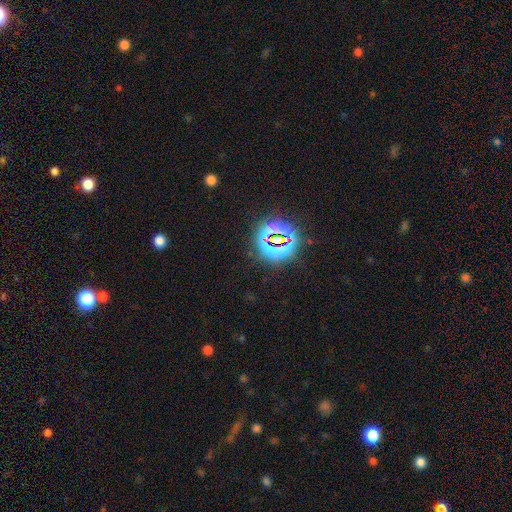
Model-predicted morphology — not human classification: Smooth or featured? star or artifact (82%)